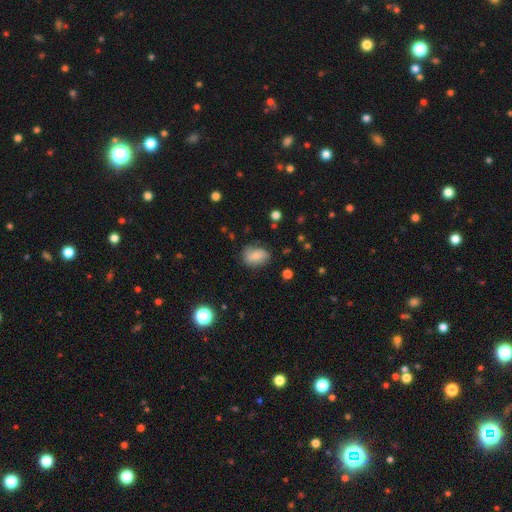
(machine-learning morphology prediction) Smooth or featured?
  - smooth: 66% *
  - featured or disk: 25%
  - star or artifact: 9%
How rounded?
  - in between: 69% *
  - round: 30%
  - cigar-shaped: 2%
Merging?
  - none: 68% *
  - minor disturbance: 23%
  - major disturbance: 7%
  - merger: 2%